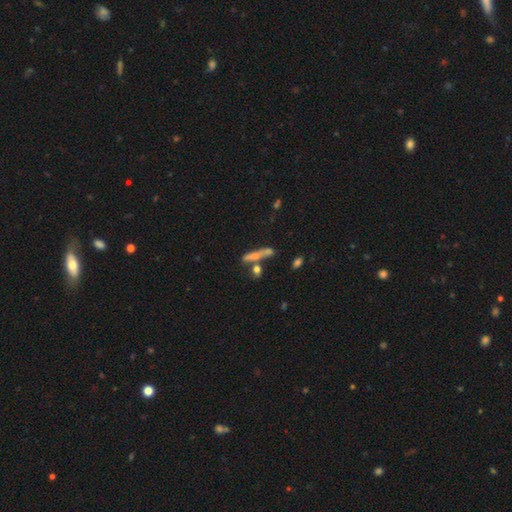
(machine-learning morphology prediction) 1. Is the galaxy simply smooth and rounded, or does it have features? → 60% smooth, 28% featured or disk, 12% star or artifact.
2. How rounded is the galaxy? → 81% cigar-shaped, 14% in between, 5% round.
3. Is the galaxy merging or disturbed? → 52% none, 23% merger, 16% minor disturbance, 9% major disturbance.